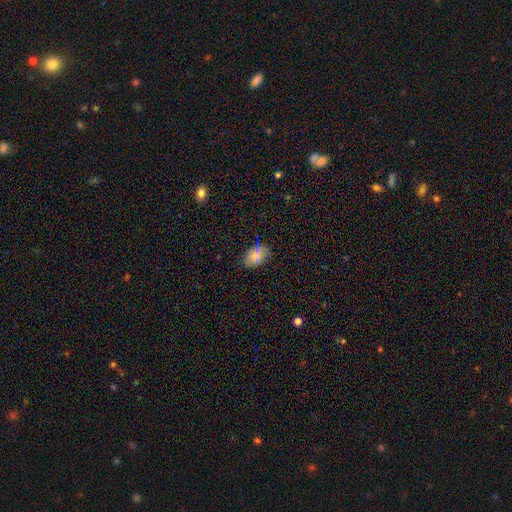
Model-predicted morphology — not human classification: smooth_or_featured: smooth (p=0.79) [alt: star or artifact p=0.11]
how_rounded: in between (p=0.88) [alt: round p=0.11]
merging: none (p=0.82) [alt: minor disturbance p=0.14]